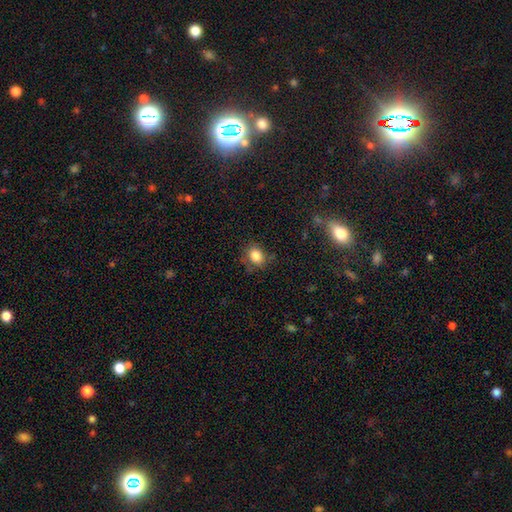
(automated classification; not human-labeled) Morphology: type=smooth (83%); roundness=in between (51%); merging=none (74%).